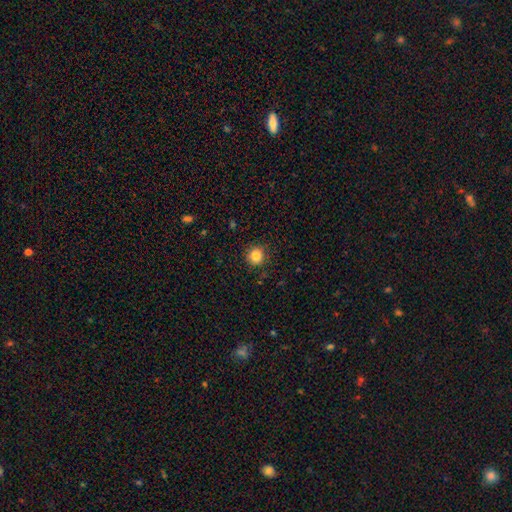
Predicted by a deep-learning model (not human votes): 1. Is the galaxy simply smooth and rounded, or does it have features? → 85% smooth, 11% star or artifact, 4% featured or disk.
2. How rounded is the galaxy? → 92% round, 7% in between, 1% cigar-shaped.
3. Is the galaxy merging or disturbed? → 89% none, 7% minor disturbance, 2% major disturbance, 1% merger.